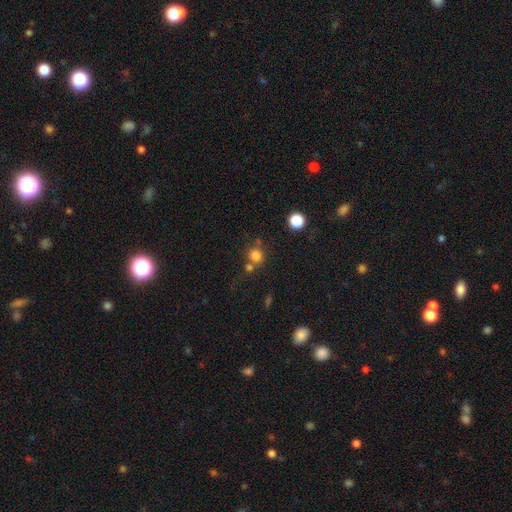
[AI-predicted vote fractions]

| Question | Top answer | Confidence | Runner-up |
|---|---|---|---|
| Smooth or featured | smooth | 79% | star or artifact (14%) |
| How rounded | round | 80% | in between (19%) |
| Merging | none | 61% | merger (24%) |